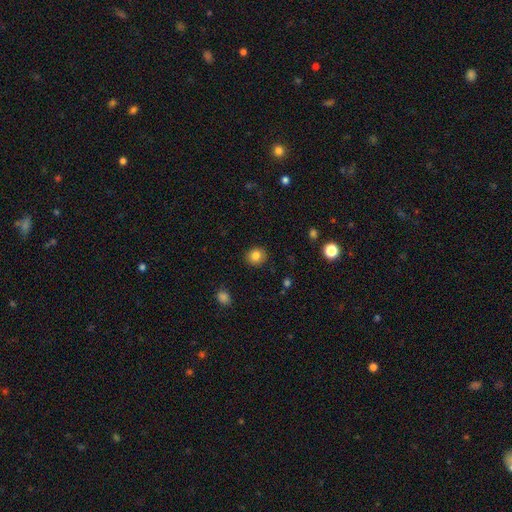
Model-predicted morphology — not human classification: Q: Smooth or featured?
A: smooth (83%); runner-up: star or artifact (10%)
Q: How rounded?
A: round (82%); runner-up: in between (17%)
Q: Merging?
A: none (90%); runner-up: minor disturbance (7%)